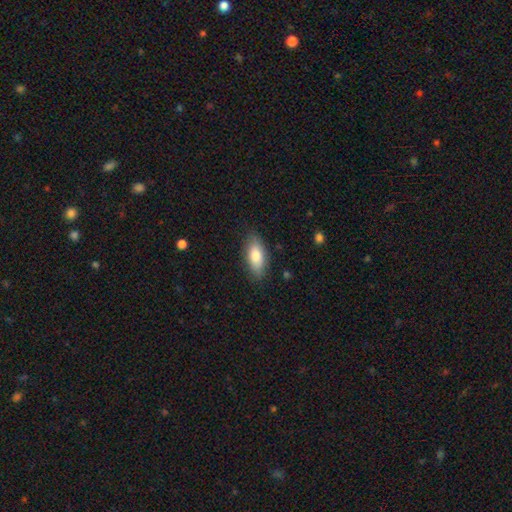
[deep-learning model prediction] Q: Smooth or featured?
A: smooth (79%); runner-up: featured or disk (15%)
Q: How rounded?
A: in between (83%); runner-up: cigar-shaped (15%)
Q: Merging?
A: none (85%); runner-up: minor disturbance (12%)